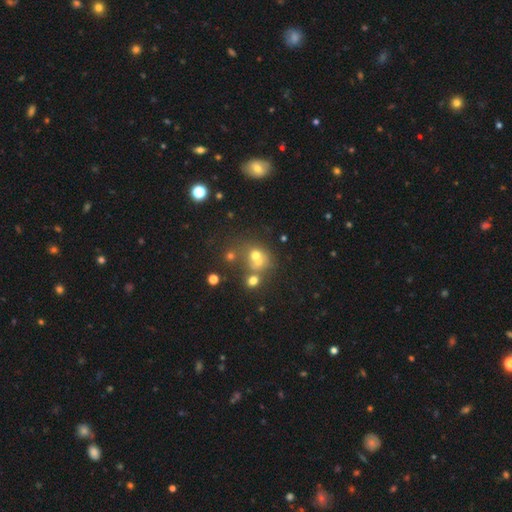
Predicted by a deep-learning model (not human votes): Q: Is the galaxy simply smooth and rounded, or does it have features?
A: smooth — 60%.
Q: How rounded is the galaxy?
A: round — 71%.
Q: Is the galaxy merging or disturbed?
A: merger — 43%.